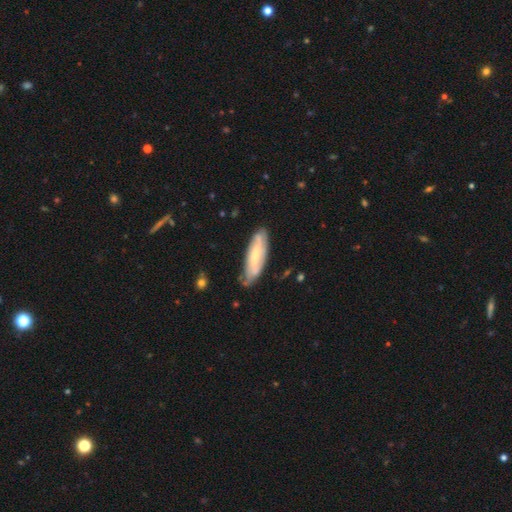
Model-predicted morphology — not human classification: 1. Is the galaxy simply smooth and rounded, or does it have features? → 57% featured or disk, 37% smooth, 6% star or artifact.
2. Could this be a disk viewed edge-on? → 73% no, 27% yes.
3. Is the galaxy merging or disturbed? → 73% none, 20% minor disturbance, 4% major disturbance, 2% merger.